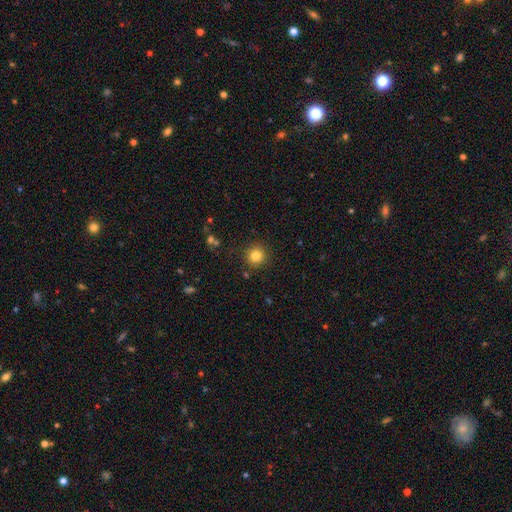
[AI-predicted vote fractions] A smooth galaxy with no disk features (82%) that is round (94%).

Vote fractions:
- Smooth or featured? smooth: 82% / star or artifact: 12% / featured or disk: 6%
- How rounded? round: 94% / in between: 5% / cigar-shaped: 1%
- Merging? none: 89% / minor disturbance: 6% / major disturbance: 2% / merger: 2%